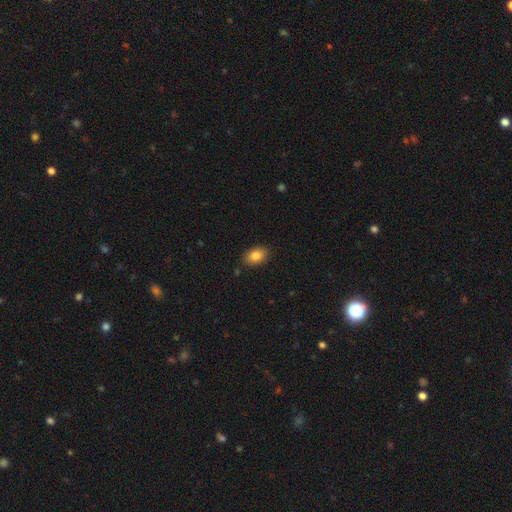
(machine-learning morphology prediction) A smooth galaxy with no disk features (84%) that is in between round and cigar-shaped (87%).

Vote fractions:
- Smooth or featured? smooth: 84% / star or artifact: 8% / featured or disk: 7%
- How rounded? in between: 87% / round: 12% / cigar-shaped: 1%
- Merging? none: 88% / minor disturbance: 9% / major disturbance: 2% / merger: 1%